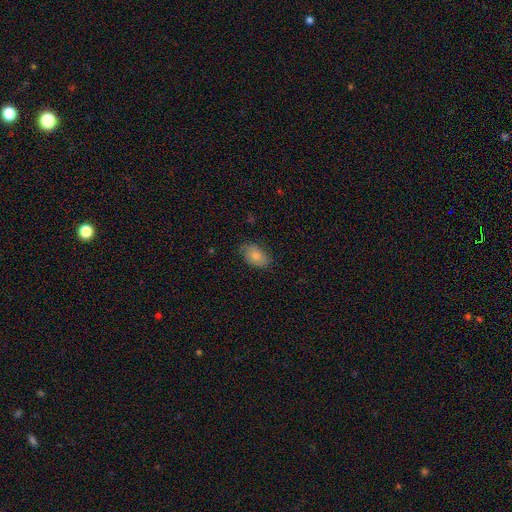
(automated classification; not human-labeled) A smooth galaxy with no disk features (82%) that is in between round and cigar-shaped (89%). Merging: none (77%).